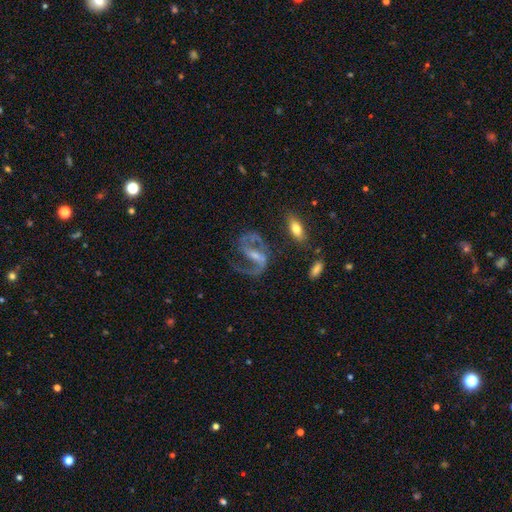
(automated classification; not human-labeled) A featured or disk galaxy (89%) with a strong bar (50%), 2 (88%) medium (58%) spiral arms (97%) and a small central bulge (57%).

Vote fractions:
- Smooth or featured? featured or disk: 89% / star or artifact: 6% / smooth: 5%
- Edge-on disk? no: 97% / yes: 3%
- Bar? strong: 50% / weak: 36% / no: 14%
- Spiral arms? yes: 97% / no: 3%
- Spiral winding? medium: 58% / loose: 27% / tight: 15%
- Spiral arm count? 2: 88% / 1: 6% / can't tell: 3% / 3: 1% / 4: 1% / more than 4: 1%
- Bulge size? small: 57% / moderate: 33% / none: 6% / large: 3% / dominant: 1%
- Merging? none: 65% / minor disturbance: 16% / major disturbance: 15% / merger: 4%